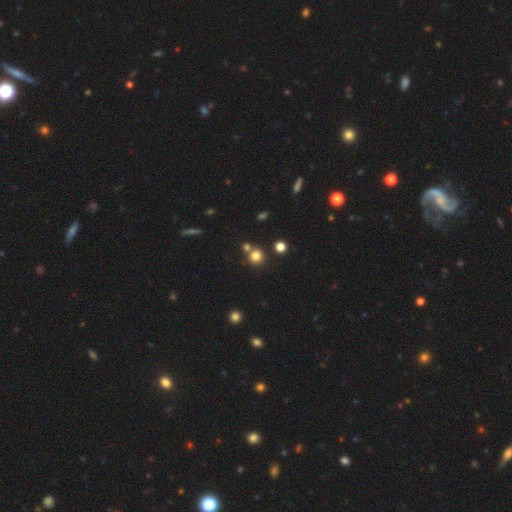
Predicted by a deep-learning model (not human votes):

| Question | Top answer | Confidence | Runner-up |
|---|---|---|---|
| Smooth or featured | smooth | 77% | star or artifact (16%) |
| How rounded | round | 91% | in between (8%) |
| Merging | none | 67% | merger (22%) |